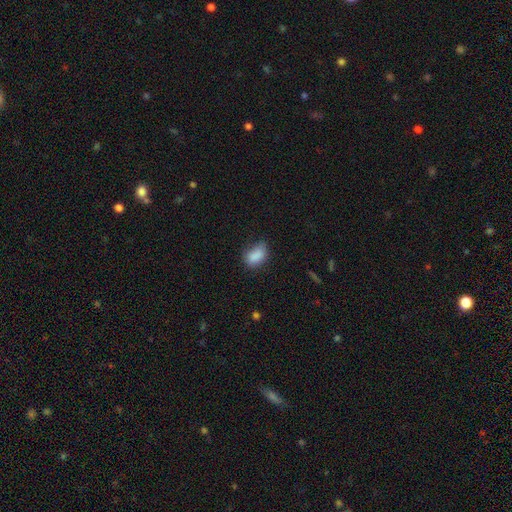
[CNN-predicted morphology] smooth_or_featured: smooth (p=0.86) [alt: star or artifact p=0.09]
how_rounded: in between (p=0.86) [alt: round p=0.12]
merging: none (p=0.57) [alt: minor disturbance p=0.32]